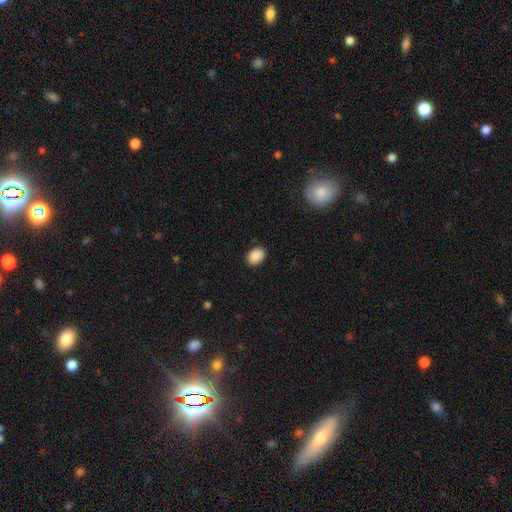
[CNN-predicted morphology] The model was most divided on "how rounded": in between: 72%, round: 27%, cigar-shaped: 1%. More confident: smooth or featured — smooth (89%); merging — none (86%).